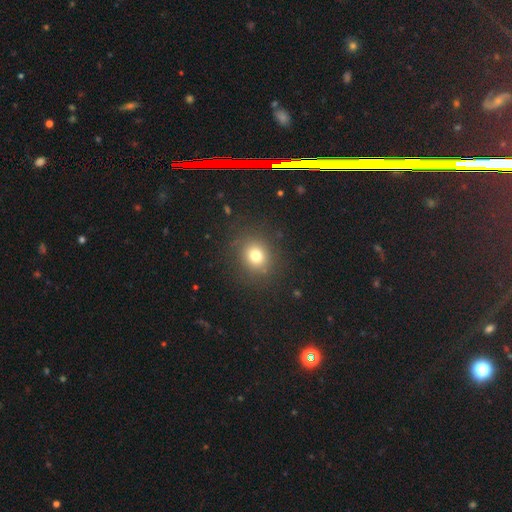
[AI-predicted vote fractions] The model was most divided on "smooth or featured": smooth: 75%, star or artifact: 16%, featured or disk: 9%. More confident: merging — none (86%); how rounded — round (82%).